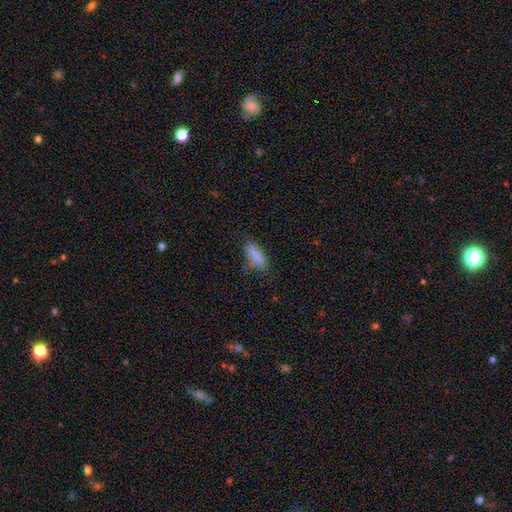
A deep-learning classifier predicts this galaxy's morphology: Smooth or featured? smooth (84%)
How rounded? in between (60%)
Merging? none (67%)